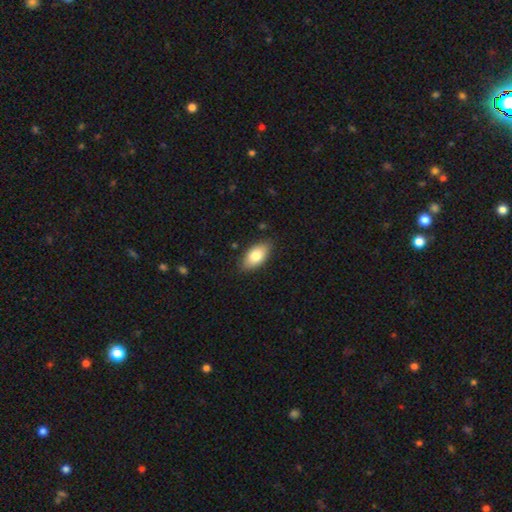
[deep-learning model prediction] A smooth galaxy with no disk features (78%) that is in between round and cigar-shaped (91%). Merging: none (84%).